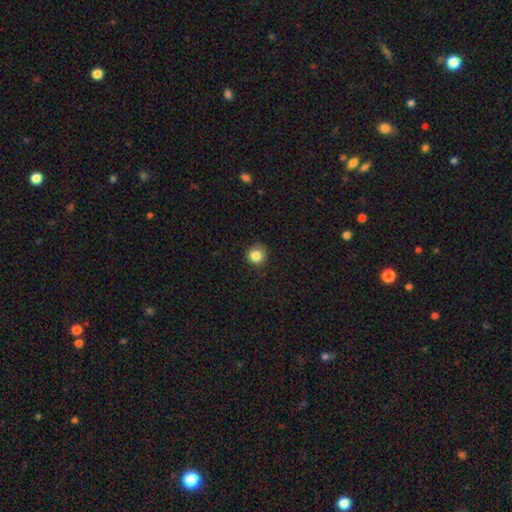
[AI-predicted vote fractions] The model was most divided on "merging": none: 84%, minor disturbance: 12%, major disturbance: 3%, merger: 1%. More confident: how rounded — round (92%); smooth or featured — smooth (85%).